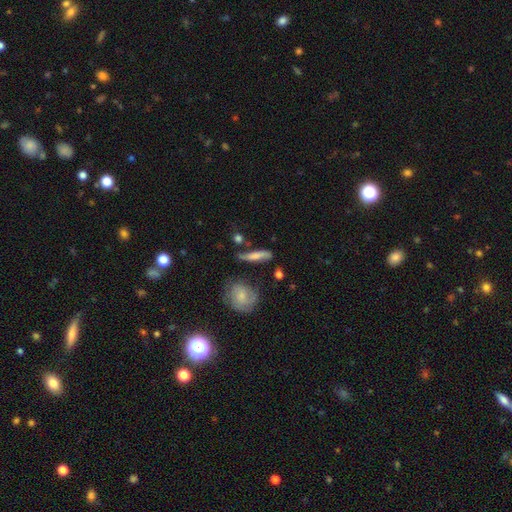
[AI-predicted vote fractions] This is possibly a smooth galaxy (57%). How rounded: likely cigar-shaped (74%). Merging: likely none (62%).